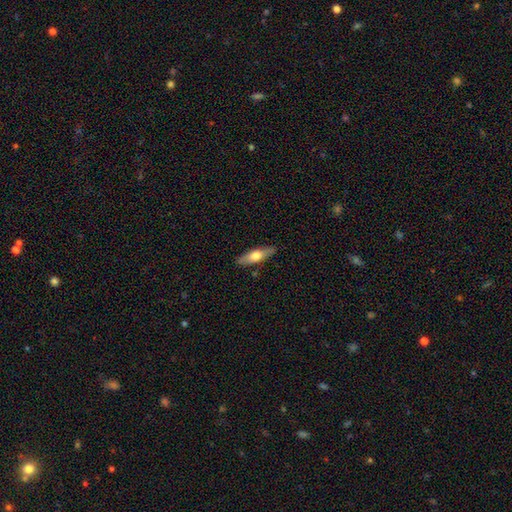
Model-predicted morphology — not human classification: Smooth or featured?
  - smooth: 60% *
  - featured or disk: 35%
  - star or artifact: 6%
How rounded?
  - cigar-shaped: 56% *
  - in between: 42%
  - round: 2%
Merging?
  - none: 86% *
  - minor disturbance: 11%
  - major disturbance: 2%
  - merger: 2%